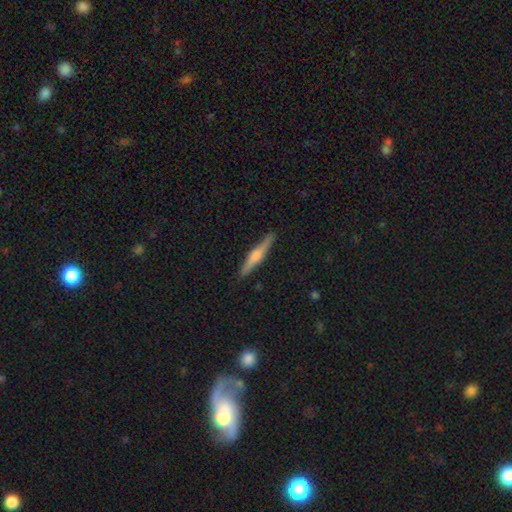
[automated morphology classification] featured or disk 68%, smooth 26%, star or artifact 6%. Down the decision tree: edge-on disk — yes (98%); edge-on bulge — rounded (84%); merging — none (91%).